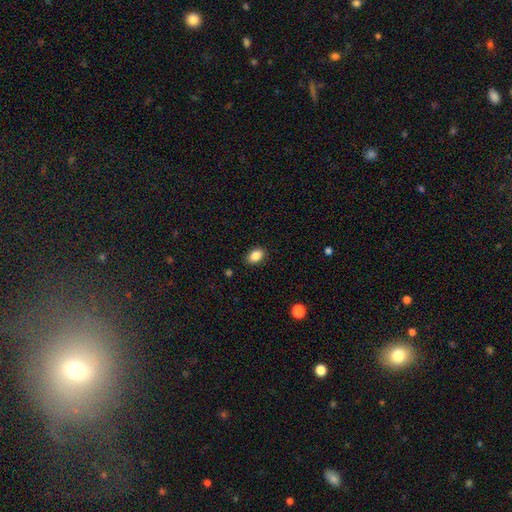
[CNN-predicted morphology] A smooth galaxy with no disk features (86%) that is in between round and cigar-shaped (81%). Merging: none (88%).